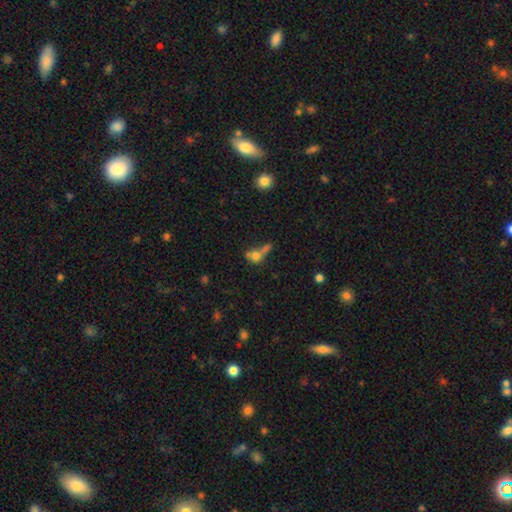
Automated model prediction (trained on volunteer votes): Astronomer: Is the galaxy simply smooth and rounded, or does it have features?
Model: smooth — 54% (runner-up: star or artifact, 29%).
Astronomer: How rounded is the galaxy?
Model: round — 58% (runner-up: in between, 34%).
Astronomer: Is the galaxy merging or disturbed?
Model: none — 45% (runner-up: merger, 37%).